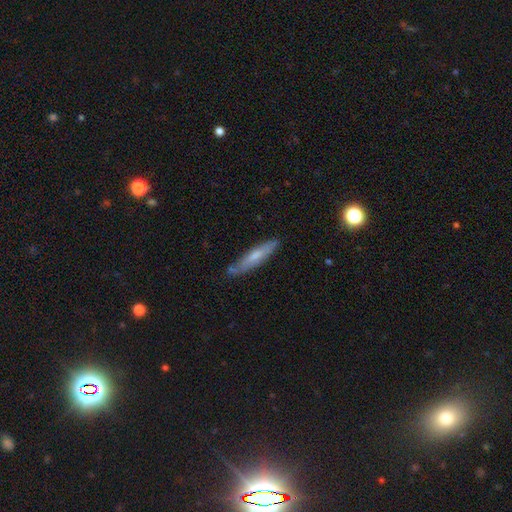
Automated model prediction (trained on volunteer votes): Morphology: type=smooth (53%); roundness=cigar-shaped (86%); merging=none (77%).